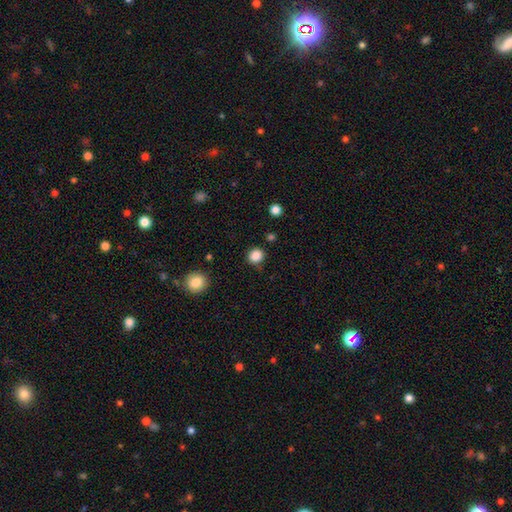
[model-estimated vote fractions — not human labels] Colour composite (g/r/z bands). It shows a smooth galaxy with no disk features (86%) that is round (84%). Merging: none (82%).